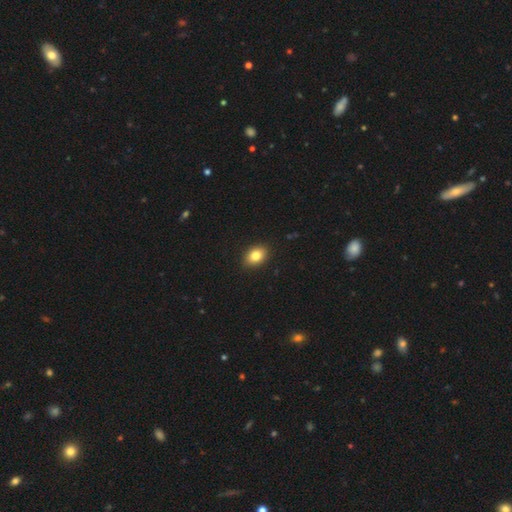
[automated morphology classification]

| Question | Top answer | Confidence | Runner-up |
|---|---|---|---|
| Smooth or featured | smooth | 83% | star or artifact (9%) |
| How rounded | in between | 73% | round (25%) |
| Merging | none | 90% | minor disturbance (8%) |